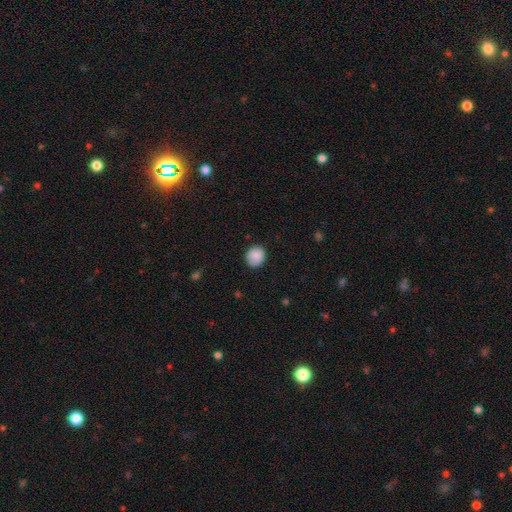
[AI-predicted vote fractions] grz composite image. It shows a smooth galaxy with no disk features (87%) that is round (79%). Merging: none (82%).